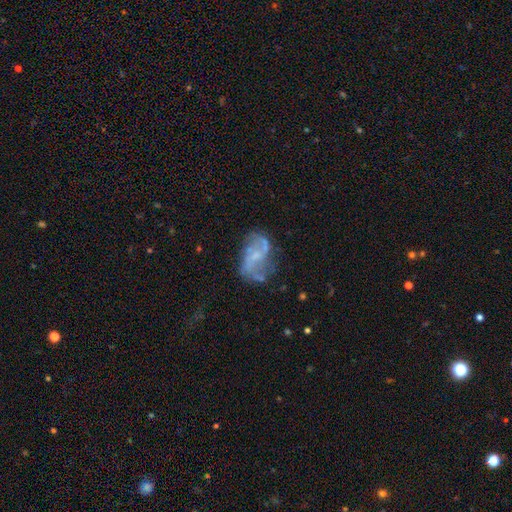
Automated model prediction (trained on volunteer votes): Smooth or featured? featured or disk (78%)
Edge-on disk? no (97%)
Bar? weak (45%)
Spiral arms? yes (86%)
Spiral winding? loose (60%)
Spiral arm count? 2 (81%)
Bulge size? small (53%)
Merging? none (58%)